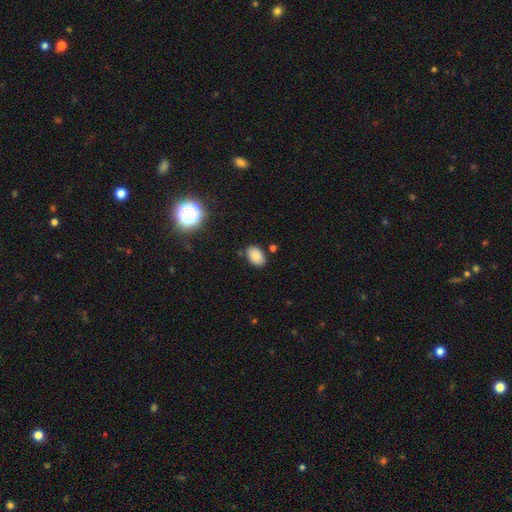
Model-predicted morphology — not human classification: Smooth or featured? Predicted: smooth (p=0.85). How rounded? Predicted: in between (p=0.87). Merging? Predicted: none (p=0.81).